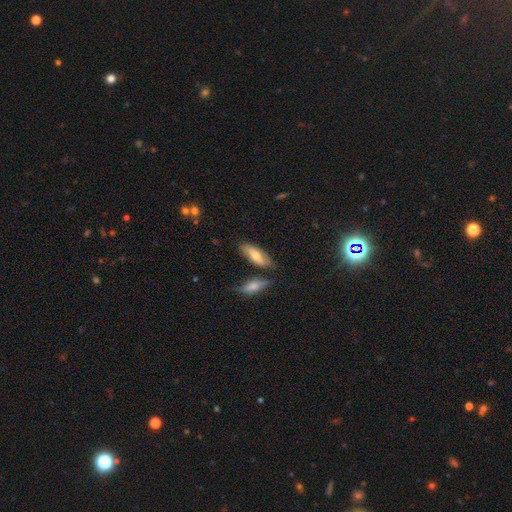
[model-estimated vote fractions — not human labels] Smooth or featured? smooth (59%)
How rounded? in between (63%)
Merging? none (68%)